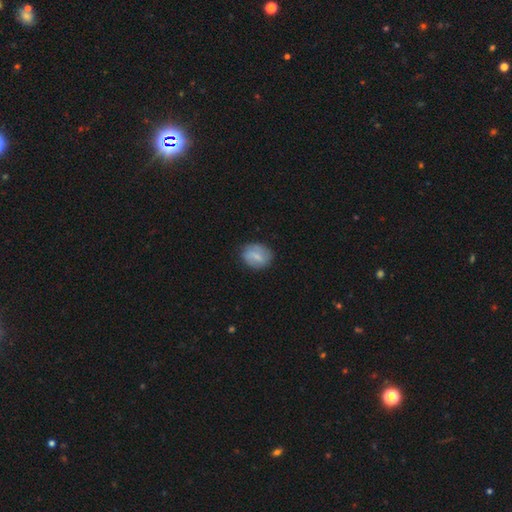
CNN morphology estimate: smooth 69%, featured or disk 24%, star or artifact 7%. Down the decision tree: how rounded — in between (53%); merging — none (80%).